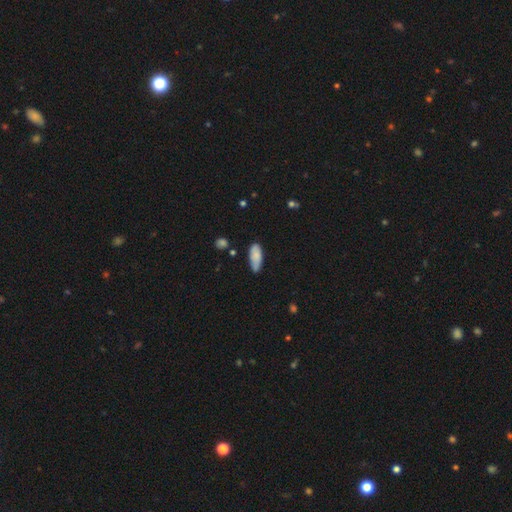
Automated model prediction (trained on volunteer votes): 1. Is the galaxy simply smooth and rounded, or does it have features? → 81% smooth, 13% featured or disk, 7% star or artifact.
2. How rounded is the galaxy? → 82% in between, 16% cigar-shaped, 2% round.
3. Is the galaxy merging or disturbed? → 59% none, 33% minor disturbance, 5% major disturbance, 3% merger.